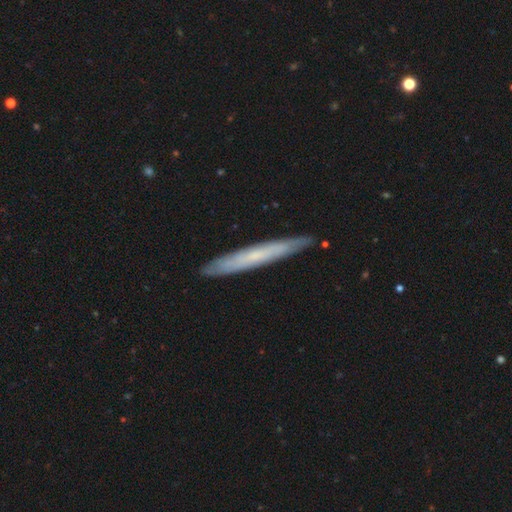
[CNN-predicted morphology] Smooth or featured: featured or disk — 51% (smooth — 43%)
Edge-on disk: yes — 85% (no — 15%)
Merging: none — 89% (minor disturbance — 9%)